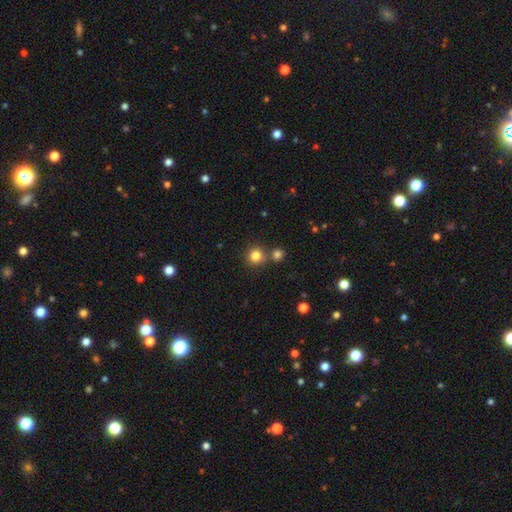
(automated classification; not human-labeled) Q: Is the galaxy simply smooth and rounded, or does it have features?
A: smooth — 82%.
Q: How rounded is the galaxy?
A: round — 92%.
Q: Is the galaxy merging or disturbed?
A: none — 71%.